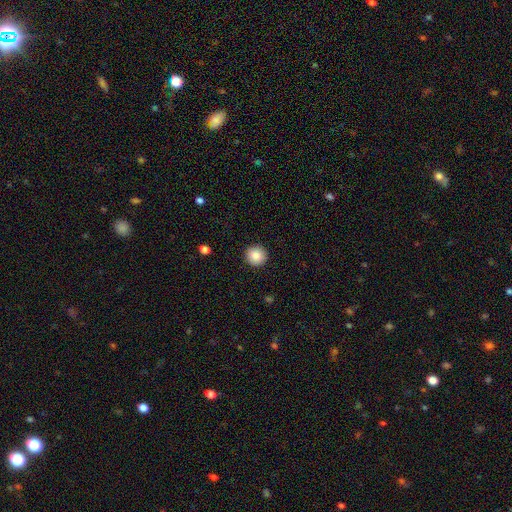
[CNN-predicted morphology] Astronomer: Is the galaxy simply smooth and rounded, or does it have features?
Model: smooth — 87%.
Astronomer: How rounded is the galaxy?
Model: round — 95%.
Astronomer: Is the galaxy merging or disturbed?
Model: none — 92%.